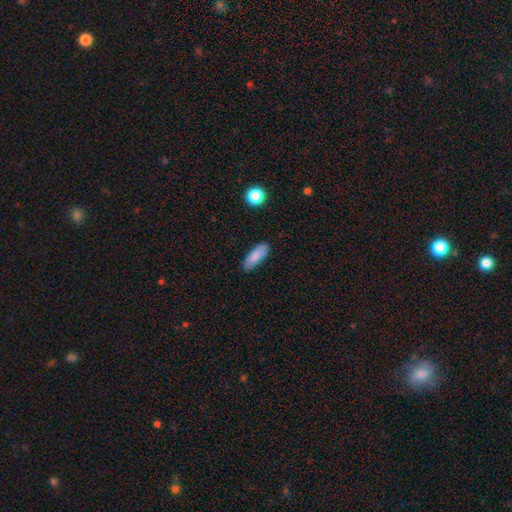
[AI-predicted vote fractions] This is clearly a smooth galaxy (85%). How rounded: likely in between (60%). Merging: clearly none (82%).